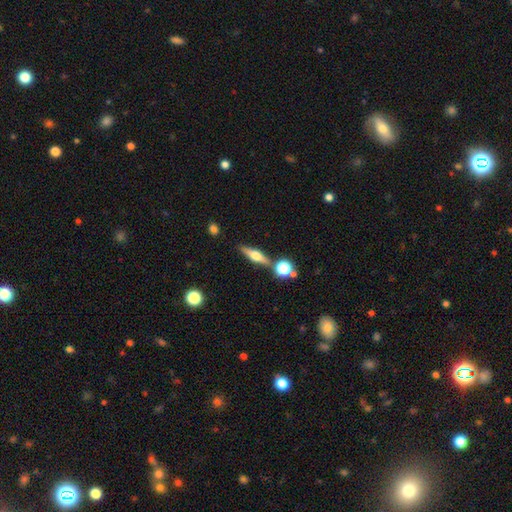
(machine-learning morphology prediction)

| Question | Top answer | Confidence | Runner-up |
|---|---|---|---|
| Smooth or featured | featured or disk | 59% | smooth (33%) |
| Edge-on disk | yes | 94% | no (6%) |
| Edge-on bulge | rounded | 92% | boxy (5%) |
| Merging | none | 77% | merger (11%) |